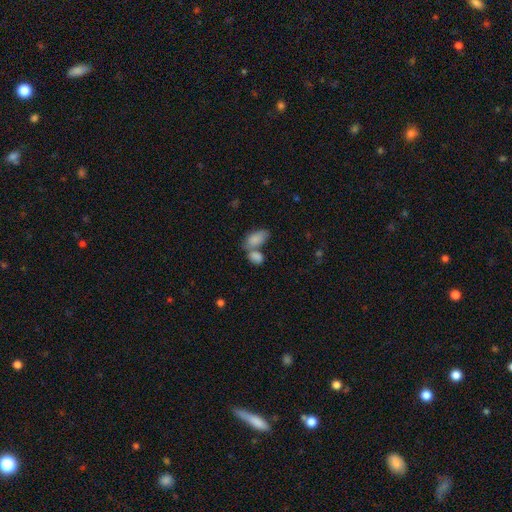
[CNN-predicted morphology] Overall: smooth (83%). How rounded: in between (89%). Merging: merger (53%; none 32%).